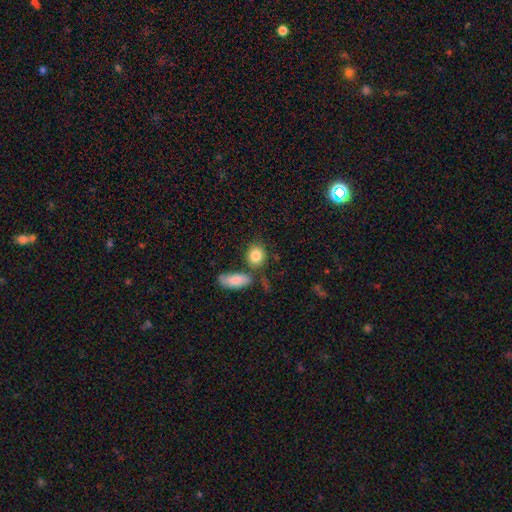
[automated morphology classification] A smooth galaxy with no disk features (84%) that is round (59%). Merging: none (63%).